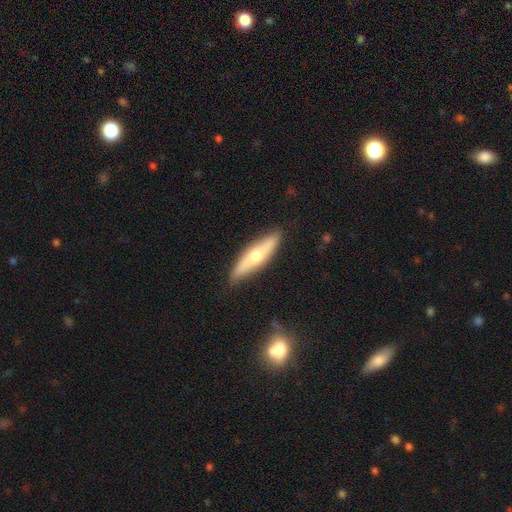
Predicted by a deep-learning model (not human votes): smooth_or_featured: featured or disk (p=0.49) [alt: smooth p=0.45]
merging: none (p=0.84) [alt: minor disturbance p=0.12]